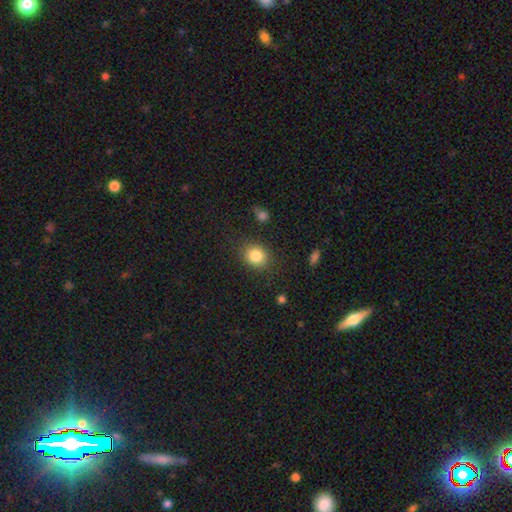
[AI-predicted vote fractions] Q: Smooth or featured?
A: smooth (83%); runner-up: star or artifact (10%)
Q: How rounded?
A: round (72%); runner-up: in between (27%)
Q: Merging?
A: none (85%); runner-up: minor disturbance (10%)